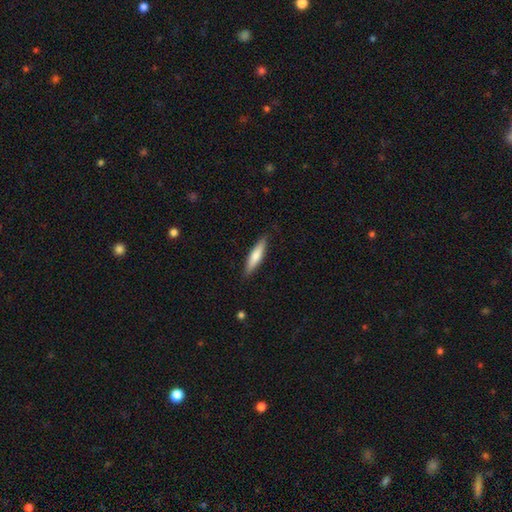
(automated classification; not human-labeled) smooth 70%, featured or disk 25%, star or artifact 5%. Down the decision tree: how rounded — cigar-shaped (81%); merging — none (88%).